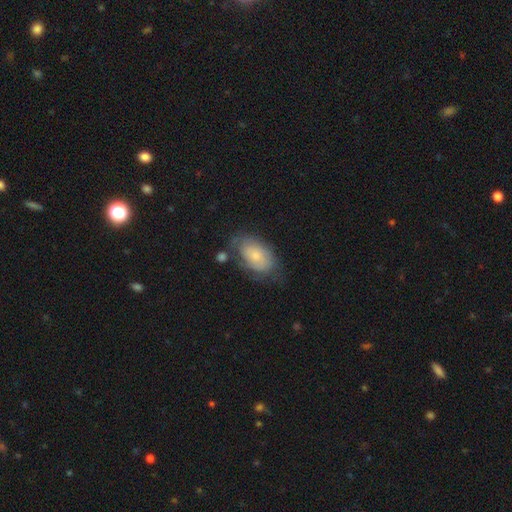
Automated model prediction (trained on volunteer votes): Q: Smooth or featured?
A: smooth (65%); runner-up: featured or disk (28%)
Q: How rounded?
A: in between (92%); runner-up: round (7%)
Q: Merging?
A: none (53%); runner-up: minor disturbance (29%)